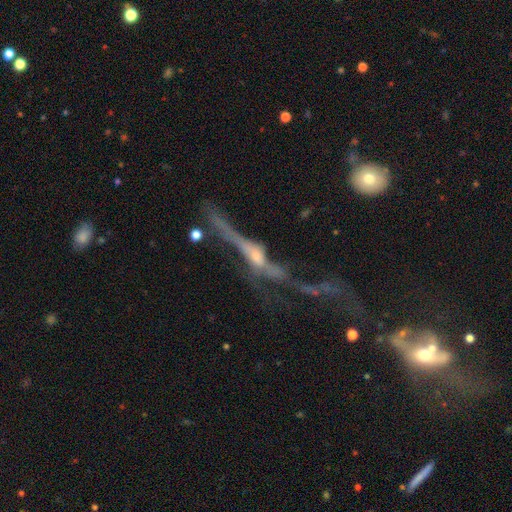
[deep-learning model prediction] Smooth or featured? Predicted: featured or disk (p=0.75). Edge-on disk? Predicted: yes (p=0.71). Edge-on bulge? Predicted: rounded (p=0.78). Merging? Predicted: major disturbance (p=0.38).